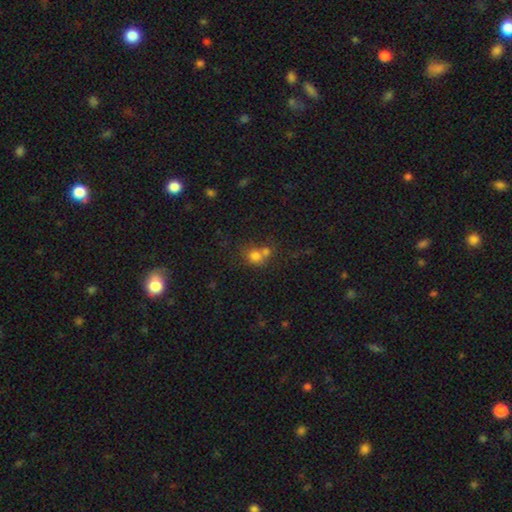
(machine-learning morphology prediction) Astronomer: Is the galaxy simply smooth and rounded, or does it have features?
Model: smooth — 74%.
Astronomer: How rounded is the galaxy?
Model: round — 78%.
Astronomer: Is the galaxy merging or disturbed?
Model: merger — 50% (runner-up: none, 38%).